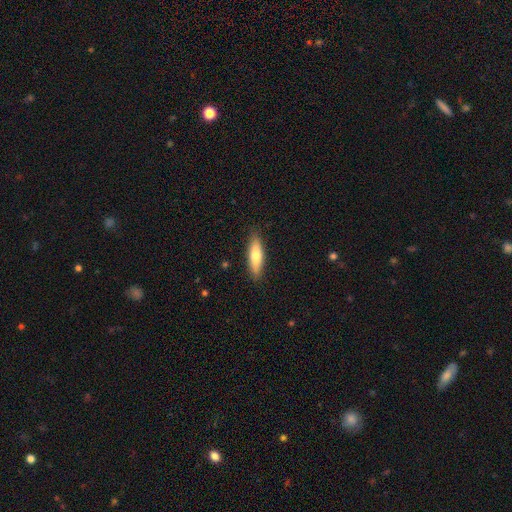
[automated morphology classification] Q: Smooth or featured?
A: smooth (70%); runner-up: featured or disk (24%)
Q: How rounded?
A: cigar-shaped (54%); runner-up: in between (44%)
Q: Merging?
A: none (88%); runner-up: minor disturbance (9%)